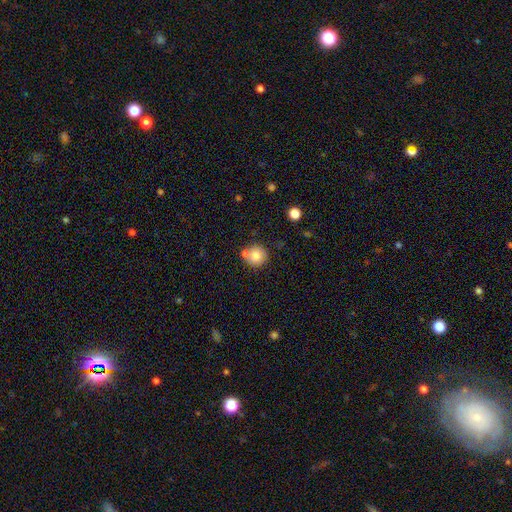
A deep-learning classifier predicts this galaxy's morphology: smooth-or-featured: smooth: 79% | featured or disk: 11% | star or artifact: 10%
  how-rounded: round: 93% | in between: 7% | cigar-shaped: 1%
  merging: none: 66% | merger: 22% | minor disturbance: 9% | major disturbance: 3%